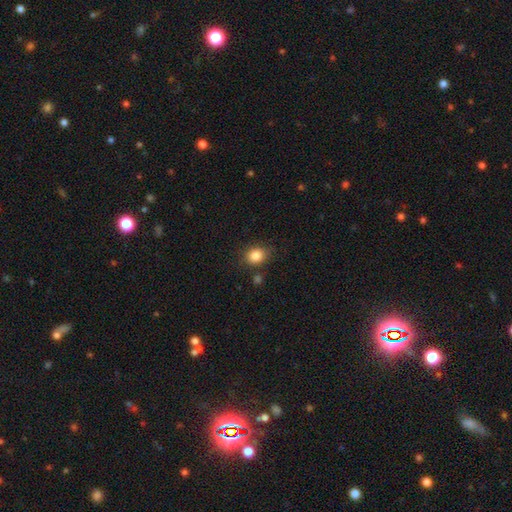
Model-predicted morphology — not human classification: smooth 85%, star or artifact 10%, featured or disk 5%. Down the decision tree: how rounded — round (57%); merging — none (80%).